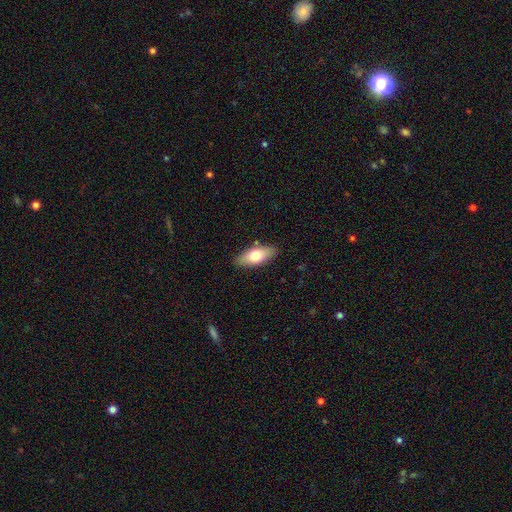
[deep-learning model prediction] Q: Smooth or featured?
A: smooth (71%); runner-up: featured or disk (23%)
Q: How rounded?
A: in between (82%); runner-up: cigar-shaped (15%)
Q: Merging?
A: none (86%); runner-up: minor disturbance (10%)